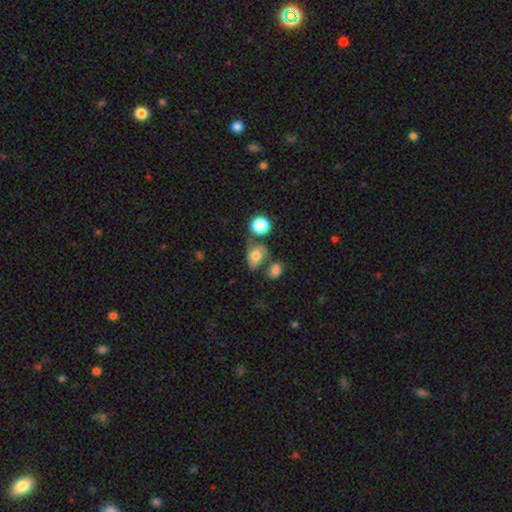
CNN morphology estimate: Smooth or featured? Predicted: smooth (p=0.63). How rounded? Predicted: in between (p=0.67). Merging? Predicted: none (p=0.41).